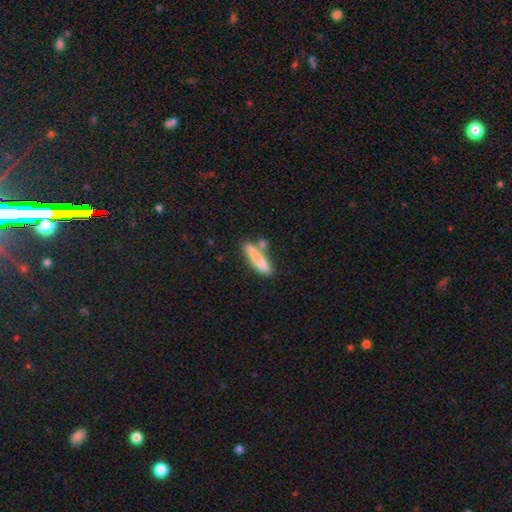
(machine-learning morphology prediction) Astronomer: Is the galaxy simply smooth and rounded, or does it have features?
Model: smooth — 77%.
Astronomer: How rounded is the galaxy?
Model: cigar-shaped — 88%.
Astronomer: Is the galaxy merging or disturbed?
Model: none — 62%.